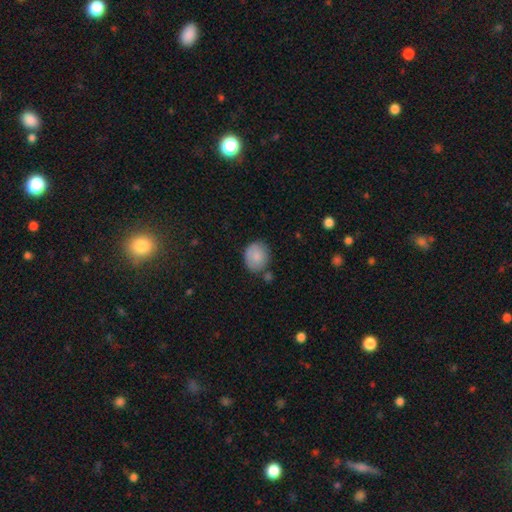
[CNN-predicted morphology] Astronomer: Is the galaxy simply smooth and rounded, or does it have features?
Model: smooth — 83%.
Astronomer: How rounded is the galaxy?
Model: round — 66%.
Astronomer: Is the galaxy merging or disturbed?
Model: none — 69%.